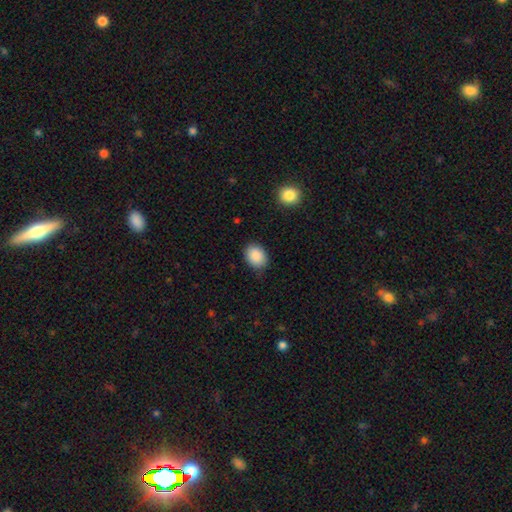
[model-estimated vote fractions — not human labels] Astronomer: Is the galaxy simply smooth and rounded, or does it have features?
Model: smooth — 89%.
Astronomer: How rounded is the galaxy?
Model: in between — 62% (runner-up: round, 37%).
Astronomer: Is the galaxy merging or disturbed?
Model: none — 81%.